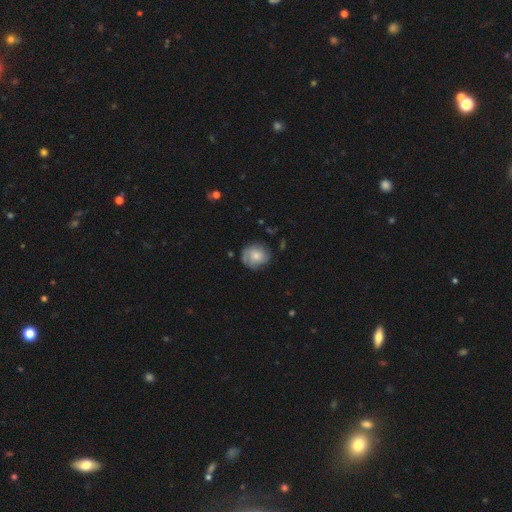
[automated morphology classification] Q: Smooth or featured?
A: smooth (62%); runner-up: featured or disk (31%)
Q: How rounded?
A: round (81%); runner-up: in between (18%)
Q: Merging?
A: none (71%); runner-up: minor disturbance (22%)